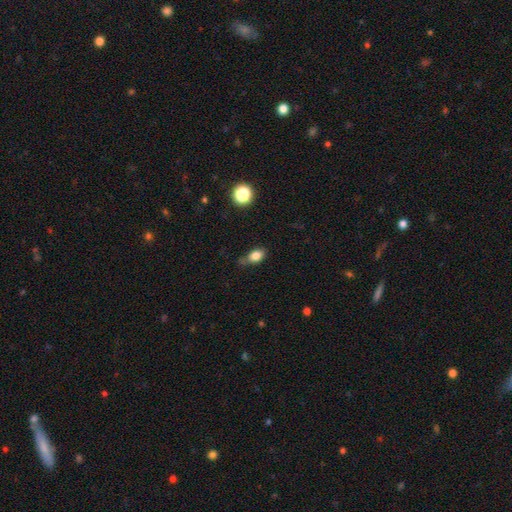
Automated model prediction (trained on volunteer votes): Overall: smooth (82%). How rounded: in between (81%). Merging: none (59%; minor disturbance 30%).